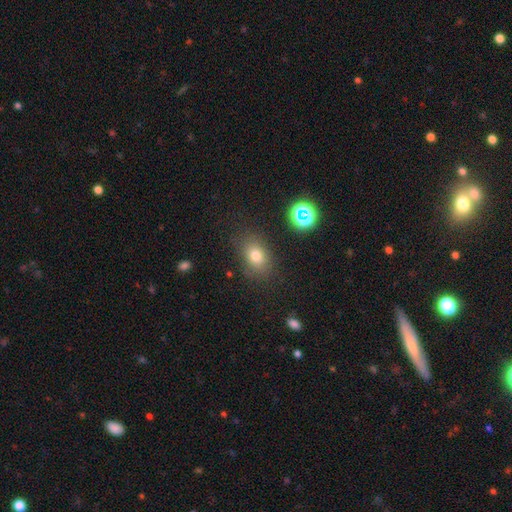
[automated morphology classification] smooth 74%, star or artifact 16%, featured or disk 11%. Down the decision tree: how rounded — in between (70%); merging — none (80%).